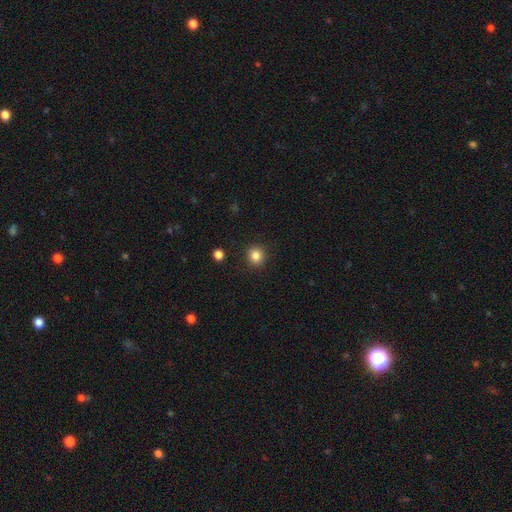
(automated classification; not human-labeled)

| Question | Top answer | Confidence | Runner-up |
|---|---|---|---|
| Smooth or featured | smooth | 84% | star or artifact (11%) |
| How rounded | round | 85% | in between (15%) |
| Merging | none | 90% | minor disturbance (7%) |